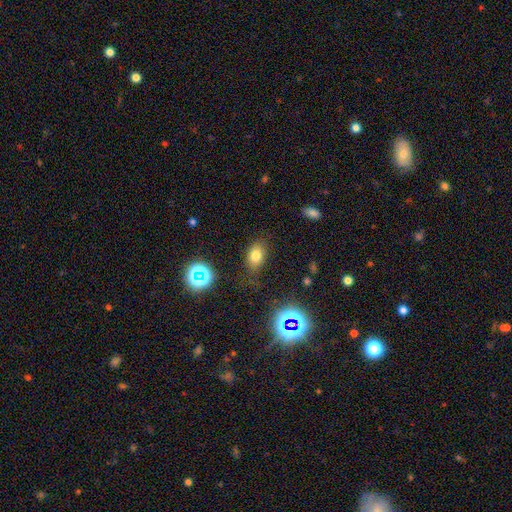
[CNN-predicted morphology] Smooth or featured: smooth — 72% (star or artifact — 17%)
How rounded: in between — 78% (round — 21%)
Merging: none — 78% (minor disturbance — 14%)